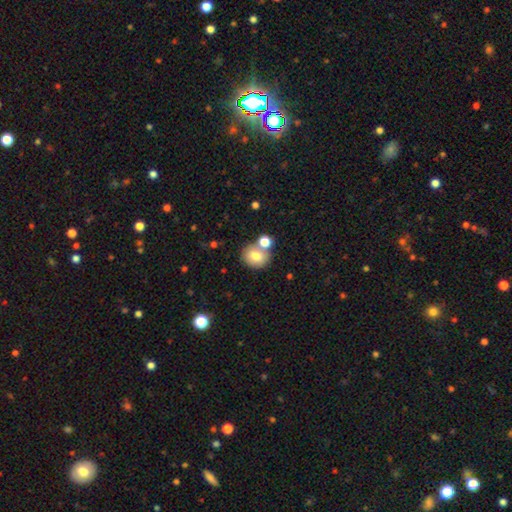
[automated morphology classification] Q: Smooth or featured?
A: smooth (76%); runner-up: featured or disk (14%)
Q: How rounded?
A: round (75%); runner-up: in between (24%)
Q: Merging?
A: none (60%); runner-up: merger (26%)